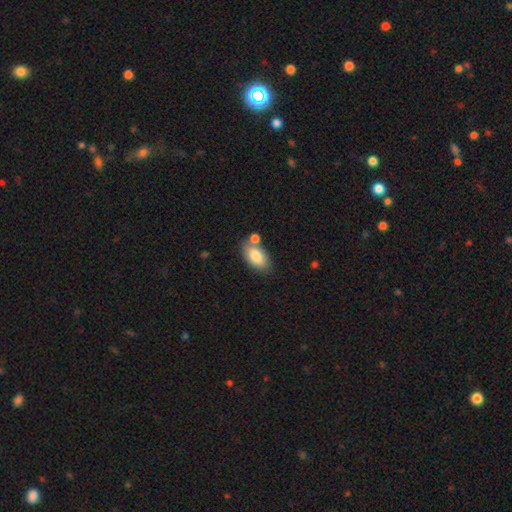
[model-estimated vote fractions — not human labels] Smooth or featured?
  - smooth: 80% *
  - featured or disk: 13%
  - star or artifact: 7%
How rounded?
  - in between: 92% *
  - round: 6%
  - cigar-shaped: 2%
Merging?
  - none: 64% *
  - merger: 19%
  - minor disturbance: 14%
  - major disturbance: 3%